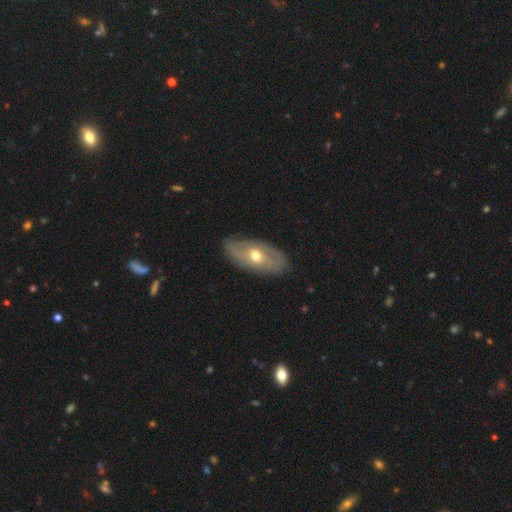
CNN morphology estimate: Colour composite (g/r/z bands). It shows a featured or disk galaxy (61%) with no bar (74%), spiral arms (53%) and a moderate central bulge (71%). Merging: none (81%).